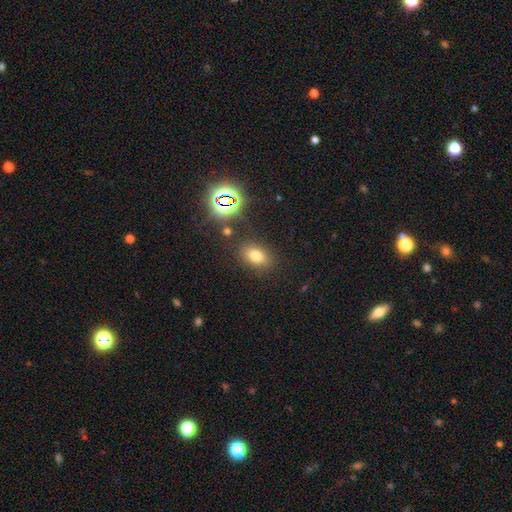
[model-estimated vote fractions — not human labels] Smooth or featured: smooth — 69% (star or artifact — 21%)
How rounded: in between — 74% (round — 24%)
Merging: none — 83% (minor disturbance — 10%)